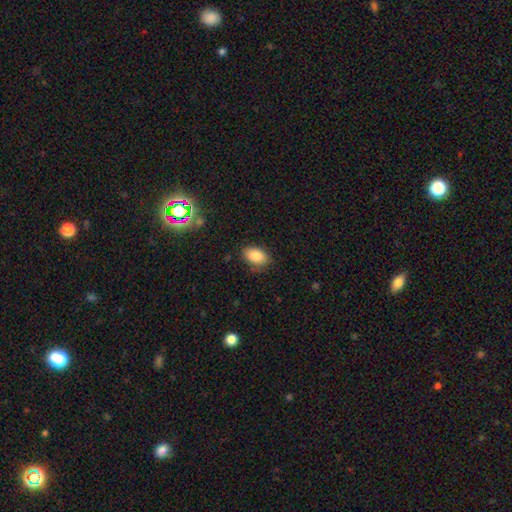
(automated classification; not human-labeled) smooth_or_featured: smooth (p=0.85) [alt: star or artifact p=0.09]
how_rounded: in between (p=0.88) [alt: round p=0.11]
merging: none (p=0.79) [alt: minor disturbance p=0.16]